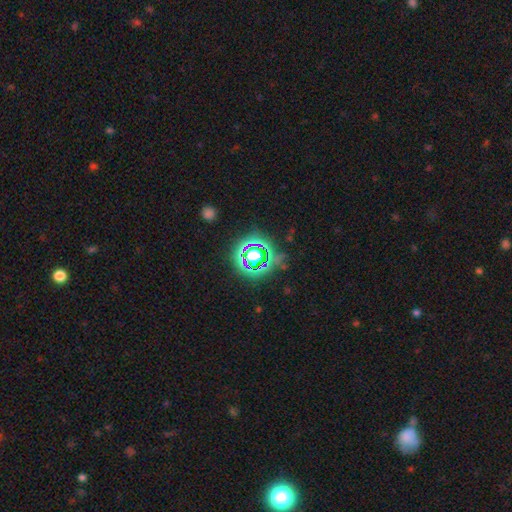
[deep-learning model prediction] A star or artifact, not a galaxy (64%).

Vote fractions:
- Smooth or featured? star or artifact: 64% / smooth: 23% / featured or disk: 13%